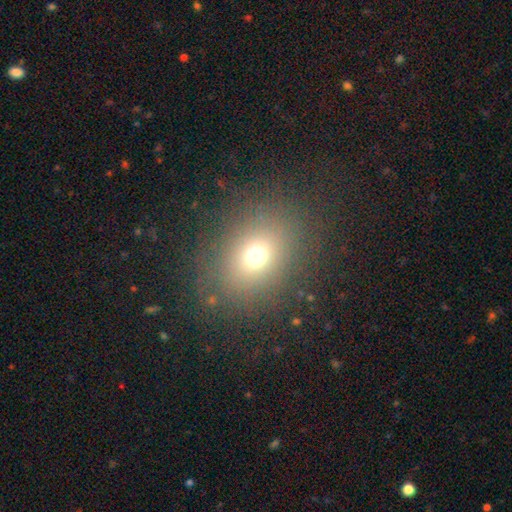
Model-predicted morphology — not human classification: Overall: smooth (68%). How rounded: round (53%; in between 46%). Merging: none (82%).